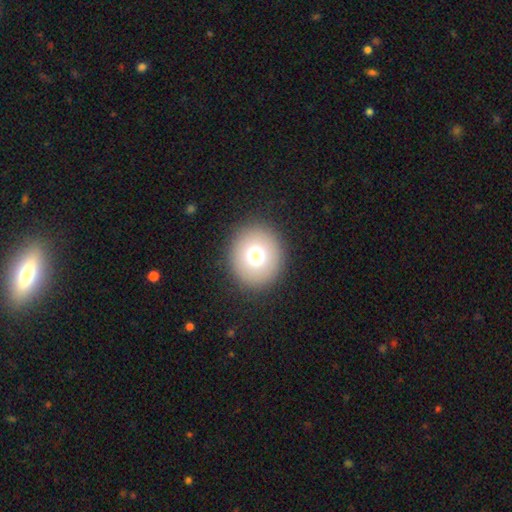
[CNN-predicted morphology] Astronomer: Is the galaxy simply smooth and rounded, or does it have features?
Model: smooth — 72%.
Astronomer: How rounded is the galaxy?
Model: round — 85%.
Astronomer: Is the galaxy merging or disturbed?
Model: none — 89%.